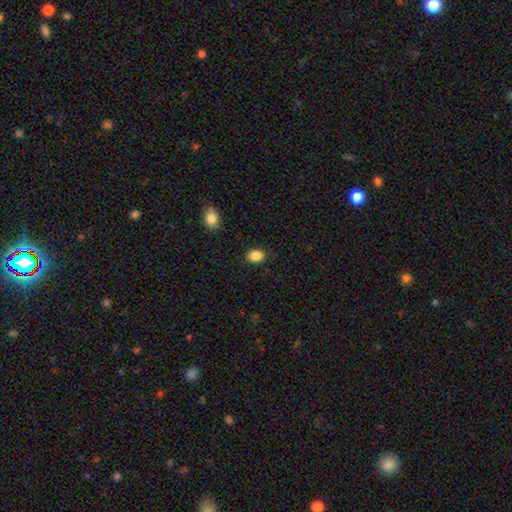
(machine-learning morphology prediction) Smooth or featured?
  - smooth: 87% *
  - star or artifact: 9%
  - featured or disk: 4%
How rounded?
  - in between: 63% *
  - round: 36%
  - cigar-shaped: 1%
Merging?
  - none: 88% *
  - minor disturbance: 8%
  - major disturbance: 2%
  - merger: 1%